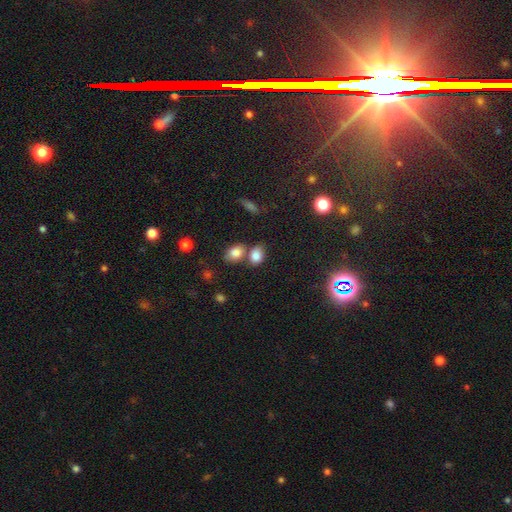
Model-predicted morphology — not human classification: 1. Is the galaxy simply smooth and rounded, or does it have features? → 82% smooth, 11% star or artifact, 7% featured or disk.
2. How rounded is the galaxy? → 71% in between, 28% round, 2% cigar-shaped.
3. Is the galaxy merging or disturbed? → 51% none, 32% merger, 12% minor disturbance, 4% major disturbance.